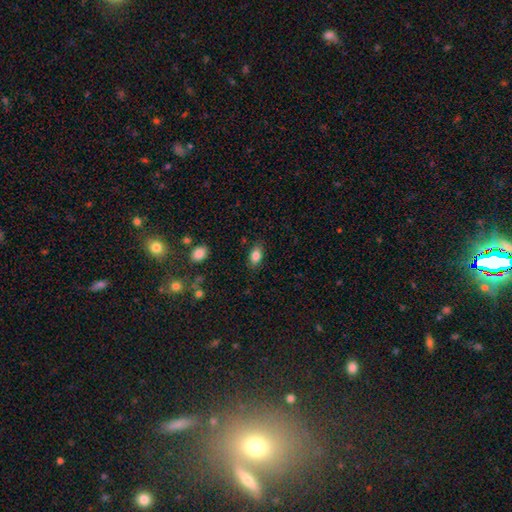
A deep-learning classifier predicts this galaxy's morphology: smooth 84%, star or artifact 9%, featured or disk 7%. Down the decision tree: how rounded — in between (88%); merging — none (83%).